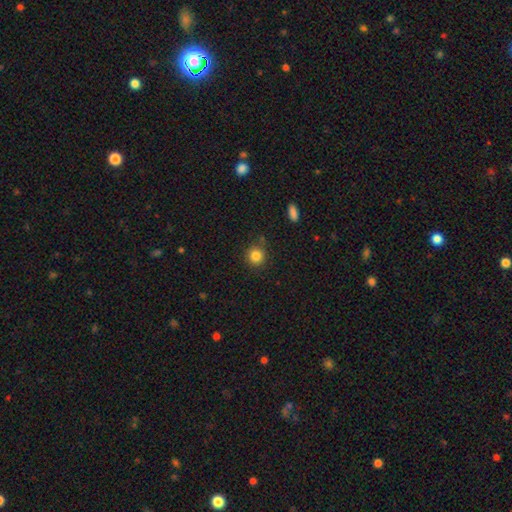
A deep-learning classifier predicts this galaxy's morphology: A smooth galaxy with no disk features (84%) that is round (90%).

Vote fractions:
- Smooth or featured? smooth: 84% / star or artifact: 11% / featured or disk: 5%
- How rounded? round: 90% / in between: 9% / cigar-shaped: 1%
- Merging? none: 83% / minor disturbance: 11% / merger: 3% / major disturbance: 3%